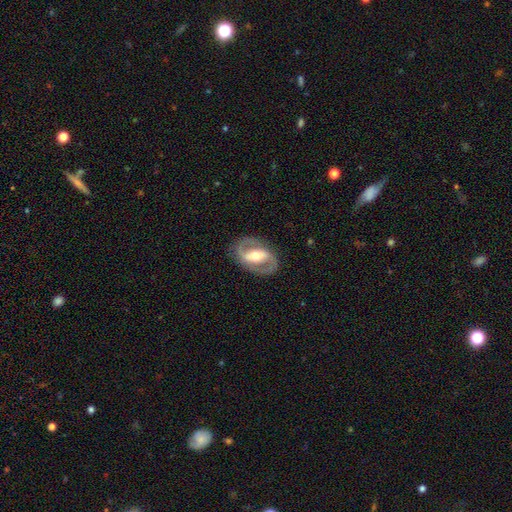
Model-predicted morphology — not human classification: type=featured or disk (86%); edge-on=no (96%); bar=strong (53%); spiral arms=yes (89%); winding=medium (54%); arm count=2 (91%); bulge=moderate (67%); merging=none (84%).